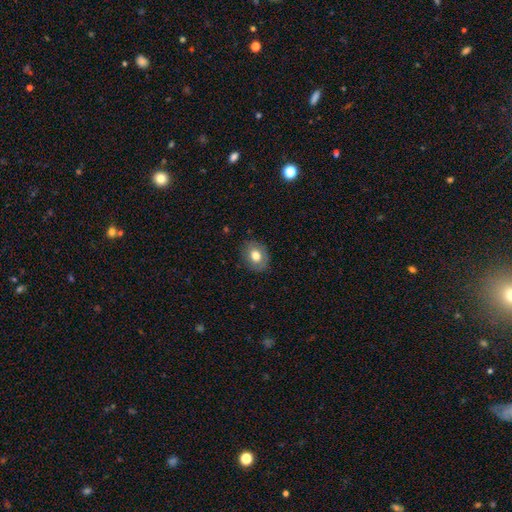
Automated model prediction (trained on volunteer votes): Smooth or featured? Predicted: smooth (p=0.76). How rounded? Predicted: in between (p=0.56). Merging? Predicted: none (p=0.84).